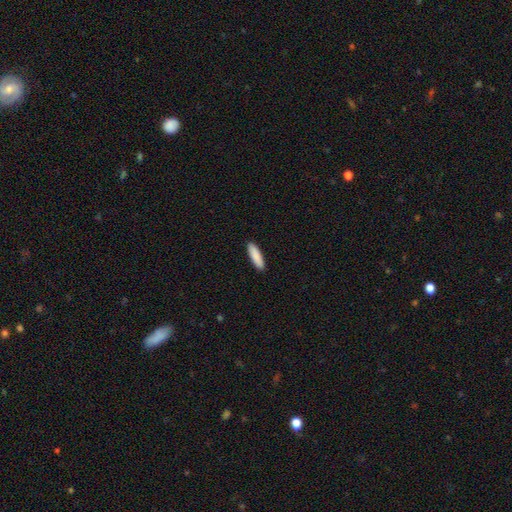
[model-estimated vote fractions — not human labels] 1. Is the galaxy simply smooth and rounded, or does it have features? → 89% smooth, 6% featured or disk, 5% star or artifact.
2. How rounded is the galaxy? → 65% cigar-shaped, 33% in between, 1% round.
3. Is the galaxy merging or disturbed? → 91% none, 6% minor disturbance, 1% major disturbance, 1% merger.